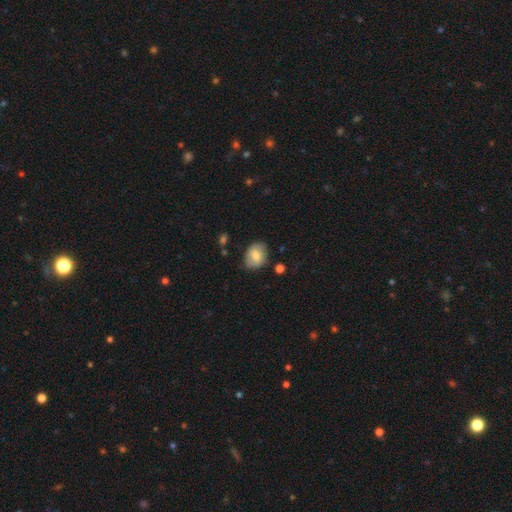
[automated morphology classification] This appears to be a smooth galaxy with no disk features (71%) that is in between round and cigar-shaped (60%). Merging: none (75%).